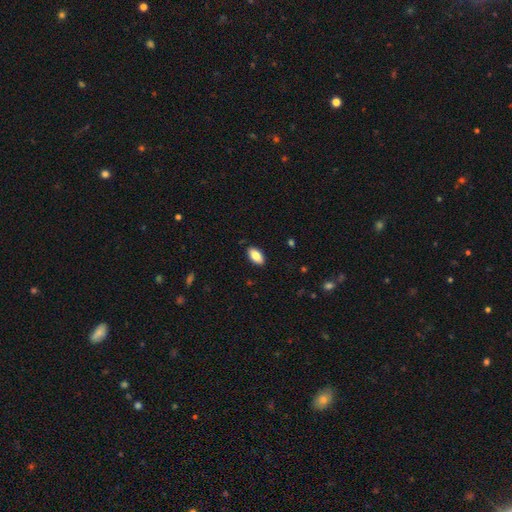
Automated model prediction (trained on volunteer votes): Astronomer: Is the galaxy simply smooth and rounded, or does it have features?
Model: smooth — 84%.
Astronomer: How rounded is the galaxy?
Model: in between — 92%.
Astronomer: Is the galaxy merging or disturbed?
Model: none — 89%.